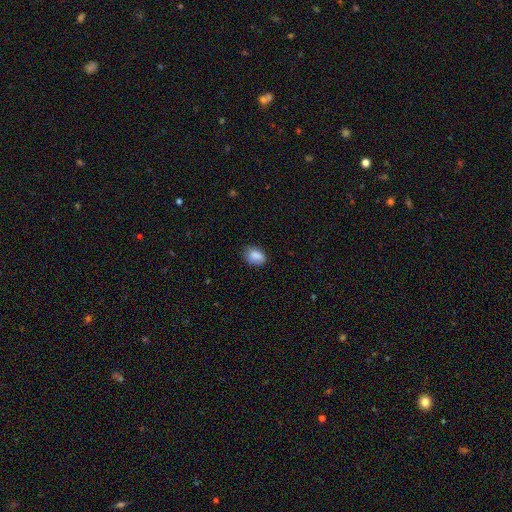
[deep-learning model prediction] Smooth or featured?
  - smooth: 85% *
  - star or artifact: 8%
  - featured or disk: 6%
How rounded?
  - in between: 74% *
  - round: 25%
  - cigar-shaped: 1%
Merging?
  - none: 73% *
  - minor disturbance: 22%
  - major disturbance: 4%
  - merger: 1%